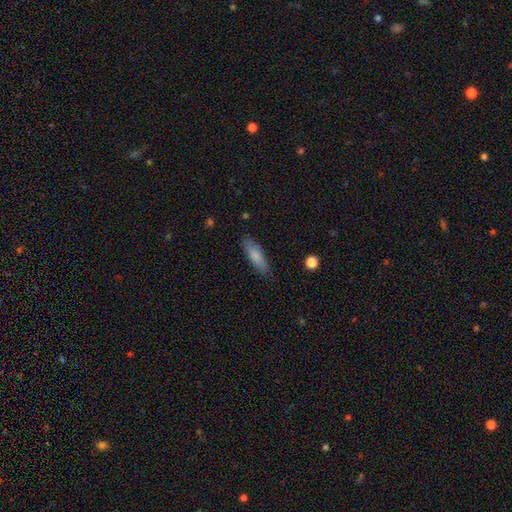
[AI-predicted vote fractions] smooth-or-featured: smooth: 81% | featured or disk: 12% | star or artifact: 6%
  how-rounded: cigar-shaped: 50% | in between: 49% | round: 2%
  merging: none: 81% | minor disturbance: 15% | major disturbance: 3% | merger: 1%